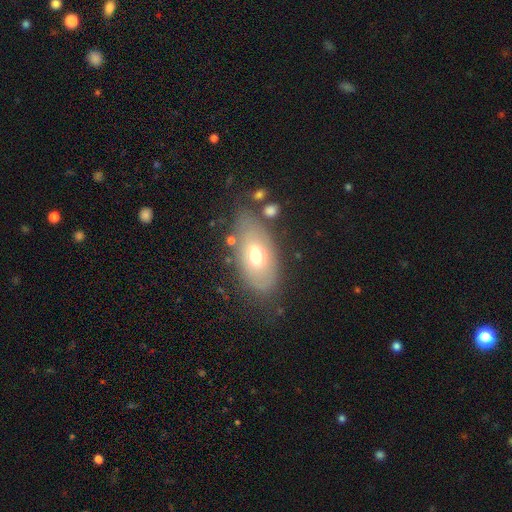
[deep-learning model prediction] This appears to be a smooth galaxy with no disk features (61%) that is in between round and cigar-shaped (89%). Merging: none (72%).